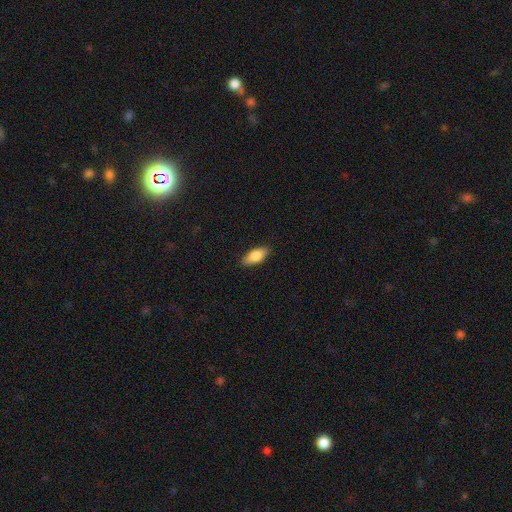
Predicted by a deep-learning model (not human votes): smooth_or_featured: smooth (p=0.83) [alt: featured or disk p=0.10]
how_rounded: in between (p=0.84) [alt: cigar-shaped p=0.13]
merging: none (p=0.87) [alt: minor disturbance p=0.10]